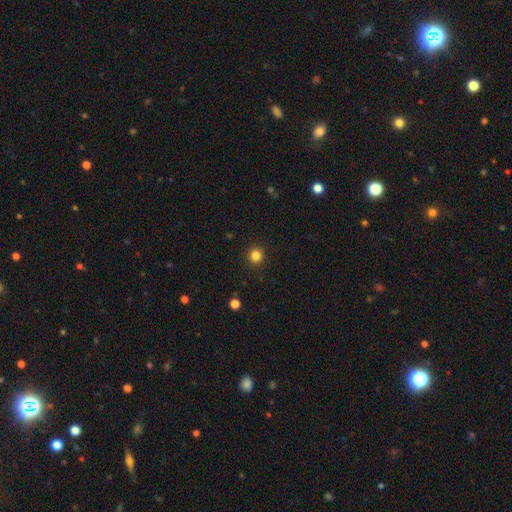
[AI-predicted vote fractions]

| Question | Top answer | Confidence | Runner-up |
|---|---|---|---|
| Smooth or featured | smooth | 83% | star or artifact (13%) |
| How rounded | round | 95% | in between (4%) |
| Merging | none | 93% | minor disturbance (5%) |